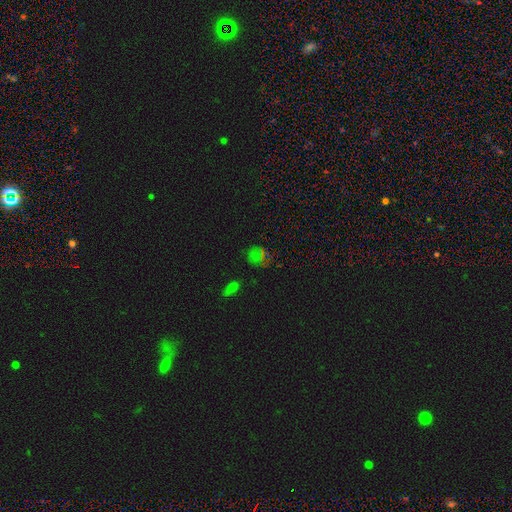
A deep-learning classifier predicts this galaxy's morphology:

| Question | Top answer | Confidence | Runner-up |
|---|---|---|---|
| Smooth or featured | star or artifact | 46% | smooth (44%) |